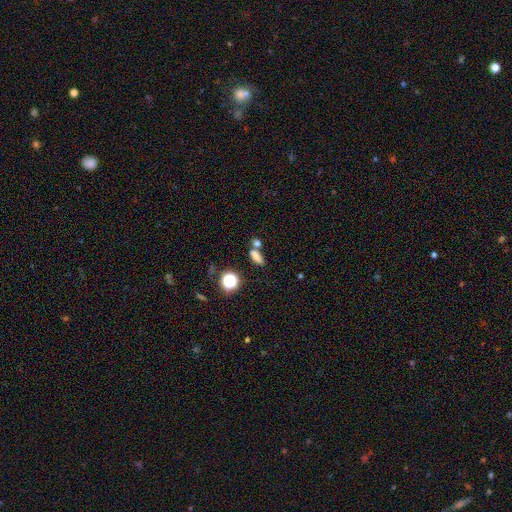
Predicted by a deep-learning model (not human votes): Smooth or featured? Predicted: smooth (p=0.76). How rounded? Predicted: in between (p=0.62). Merging? Predicted: none (p=0.54).